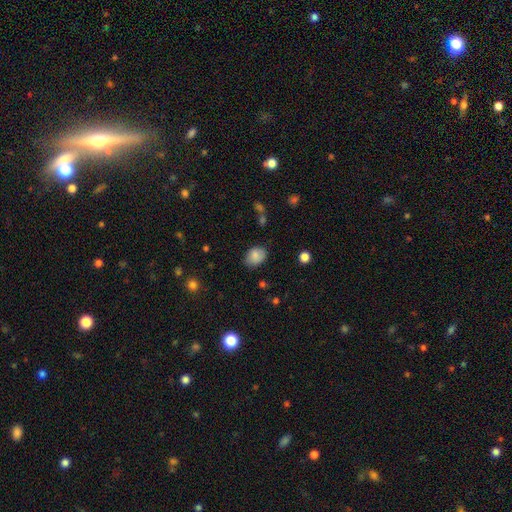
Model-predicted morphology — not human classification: Smooth or featured: smooth — 84% (star or artifact — 8%)
How rounded: in between — 66% (round — 33%)
Merging: none — 79% (minor disturbance — 16%)